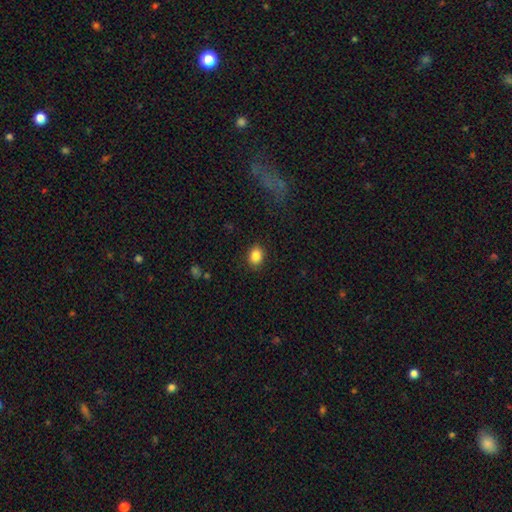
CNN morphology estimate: Q: Smooth or featured?
A: smooth (86%); runner-up: star or artifact (9%)
Q: How rounded?
A: in between (57%); runner-up: round (42%)
Q: Merging?
A: none (88%); runner-up: minor disturbance (9%)